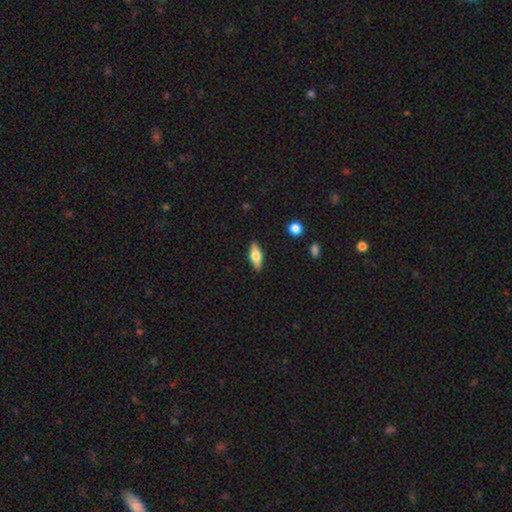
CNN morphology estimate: Smooth or featured: smooth — 58% (featured or disk — 35%)
How rounded: in between — 68% (cigar-shaped — 28%)
Merging: none — 88% (minor disturbance — 9%)